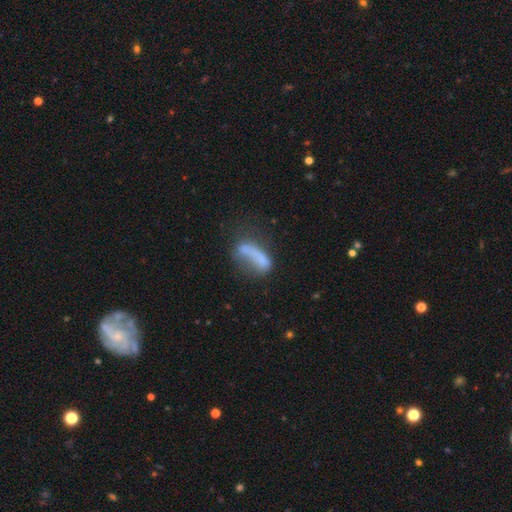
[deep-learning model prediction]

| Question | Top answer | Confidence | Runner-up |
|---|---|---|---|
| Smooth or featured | smooth | 58% | featured or disk (30%) |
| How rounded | in between | 62% | cigar-shaped (32%) |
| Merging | major disturbance | 33% | none (29%) |